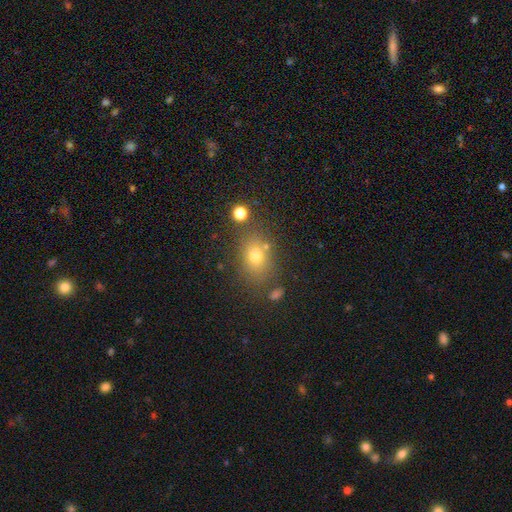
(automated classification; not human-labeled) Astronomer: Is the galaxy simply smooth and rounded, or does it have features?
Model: smooth — 70%.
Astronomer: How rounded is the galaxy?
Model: in between — 60% (runner-up: round, 38%).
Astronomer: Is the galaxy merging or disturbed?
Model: none — 72%.